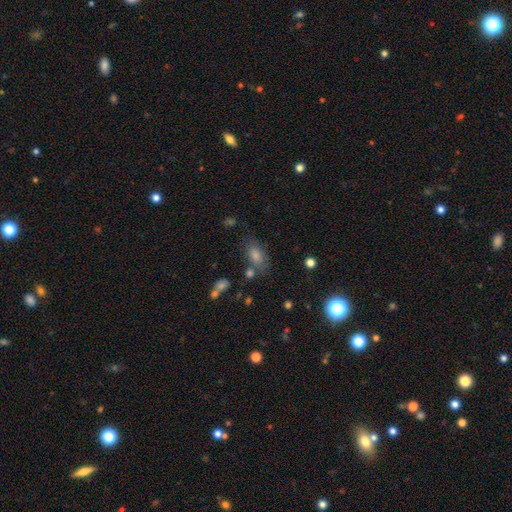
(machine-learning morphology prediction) smooth_or_featured: smooth (p=0.80) [alt: featured or disk p=0.10]
how_rounded: in between (p=0.88) [alt: round p=0.08]
merging: none (p=0.61) [alt: minor disturbance p=0.20]